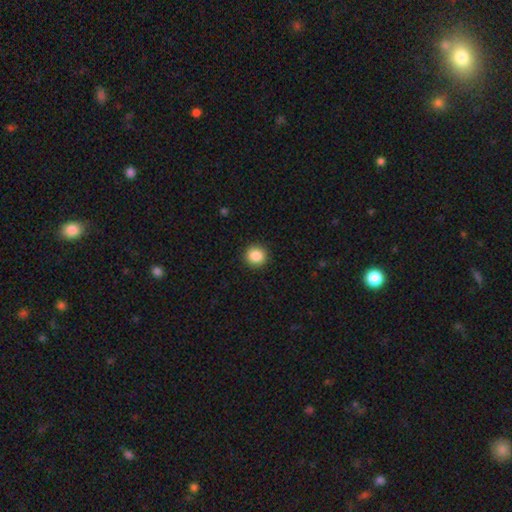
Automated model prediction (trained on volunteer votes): This appears to be a smooth galaxy with no disk features (87%) that is round (91%). Merging: none (92%).